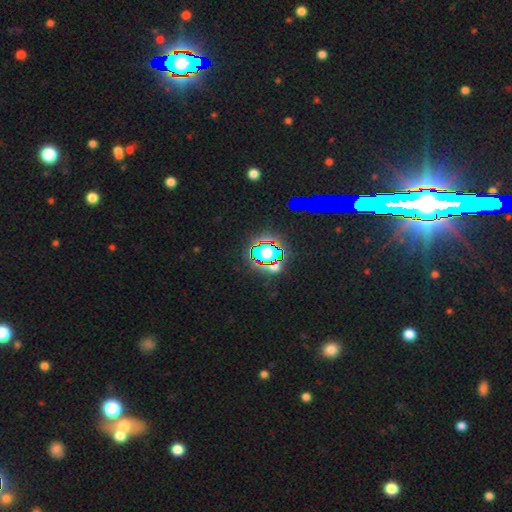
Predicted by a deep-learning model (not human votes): The model was most divided on "smooth or featured": star or artifact: 81%, featured or disk: 10%, smooth: 9%.